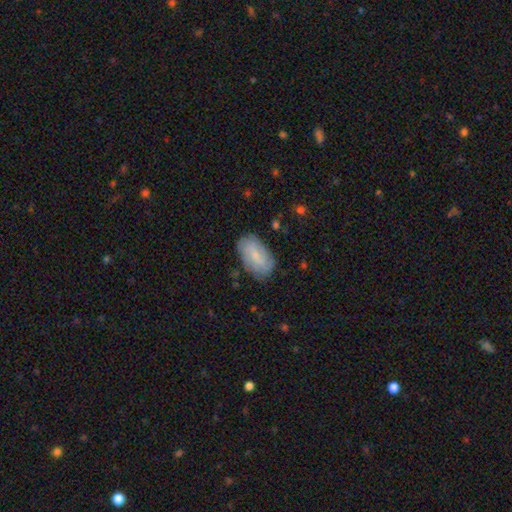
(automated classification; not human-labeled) Smooth or featured? Predicted: smooth (p=0.56). How rounded? Predicted: in between (p=0.93). Merging? Predicted: none (p=0.77).